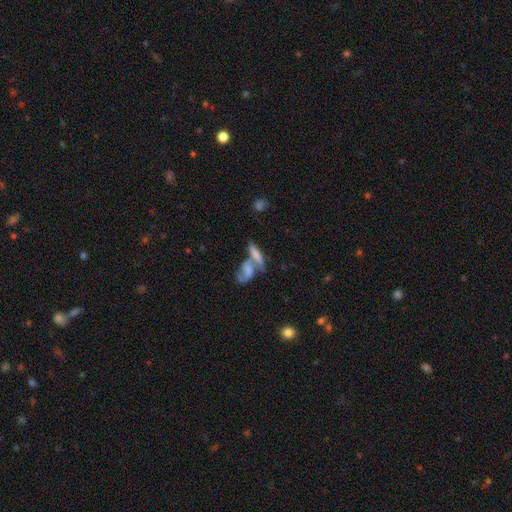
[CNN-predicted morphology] type=smooth (50%); merging=merger (59%).